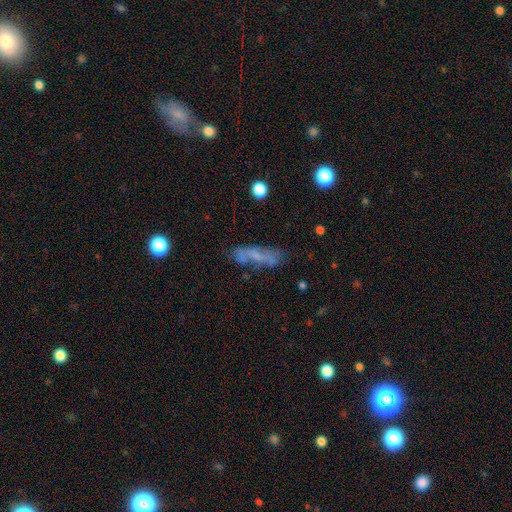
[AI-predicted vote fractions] Overall: smooth (51%; featured or disk 37%). How rounded: cigar-shaped (70%). Merging: none (63%).